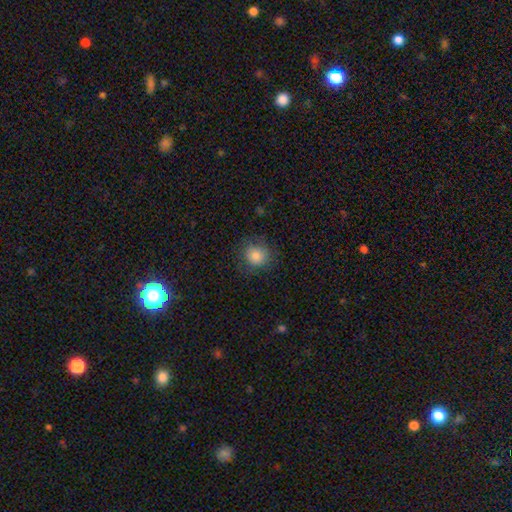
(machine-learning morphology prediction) type=smooth (84%); roundness=round (85%); merging=none (81%).